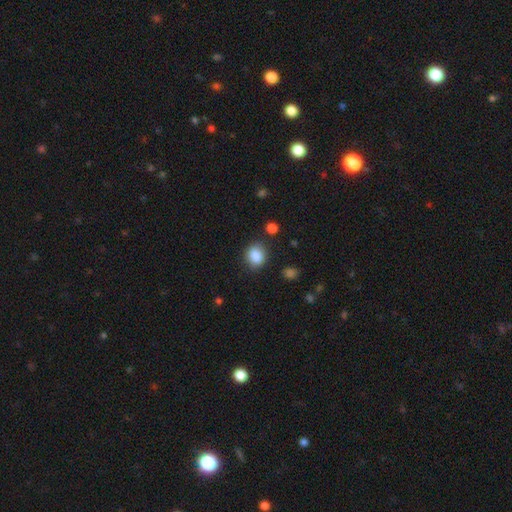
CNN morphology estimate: A smooth galaxy with no disk features (87%) that is round (56%).

Vote fractions:
- Smooth or featured? smooth: 87% / star or artifact: 9% / featured or disk: 4%
- How rounded? round: 56% / in between: 43% / cigar-shaped: 1%
- Merging? none: 79% / minor disturbance: 14% / major disturbance: 4% / merger: 3%